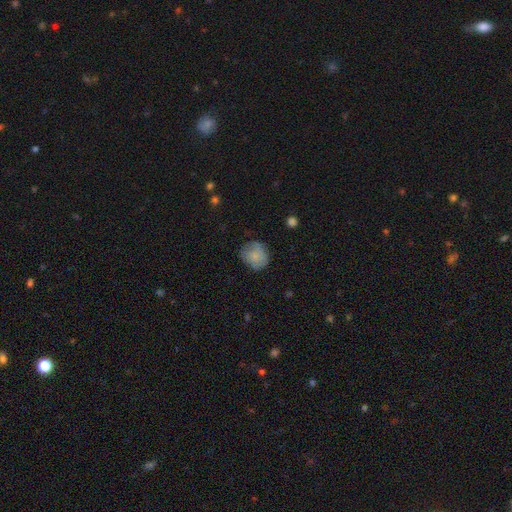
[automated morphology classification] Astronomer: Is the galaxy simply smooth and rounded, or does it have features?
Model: smooth — 75%.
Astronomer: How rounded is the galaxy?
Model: round — 77%.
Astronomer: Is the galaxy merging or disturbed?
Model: none — 68%.